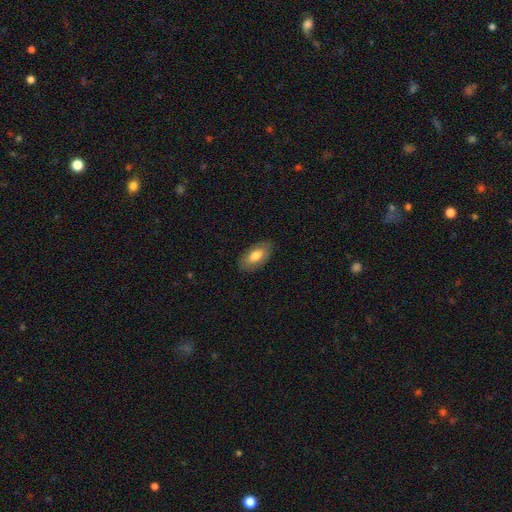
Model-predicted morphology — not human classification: A smooth galaxy with no disk features (74%) that is in between round and cigar-shaped (93%).

Vote fractions:
- Smooth or featured? smooth: 74% / featured or disk: 20% / star or artifact: 6%
- How rounded? in between: 93% / round: 3% / cigar-shaped: 3%
- Merging? none: 86% / minor disturbance: 11% / major disturbance: 3% / merger: 1%